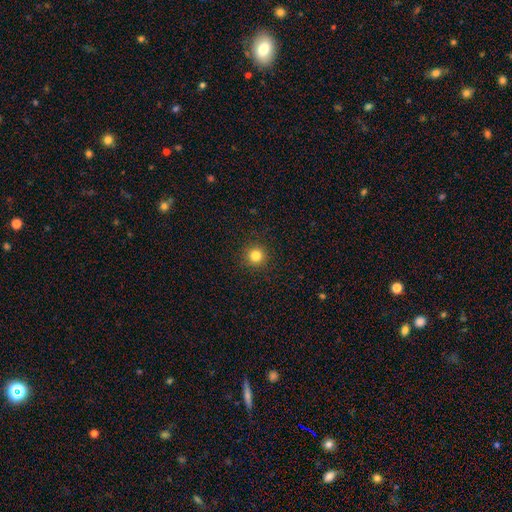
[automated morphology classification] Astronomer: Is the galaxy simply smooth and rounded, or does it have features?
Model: smooth — 82%.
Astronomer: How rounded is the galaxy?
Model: round — 95%.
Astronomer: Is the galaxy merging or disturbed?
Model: none — 92%.